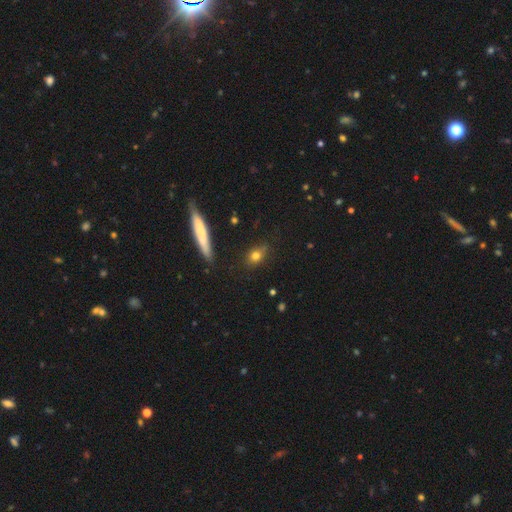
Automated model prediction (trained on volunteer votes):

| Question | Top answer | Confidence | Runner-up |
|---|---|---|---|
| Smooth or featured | smooth | 75% | featured or disk (13%) |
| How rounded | in between | 55% | round (31%) |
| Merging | none | 79% | minor disturbance (14%) |